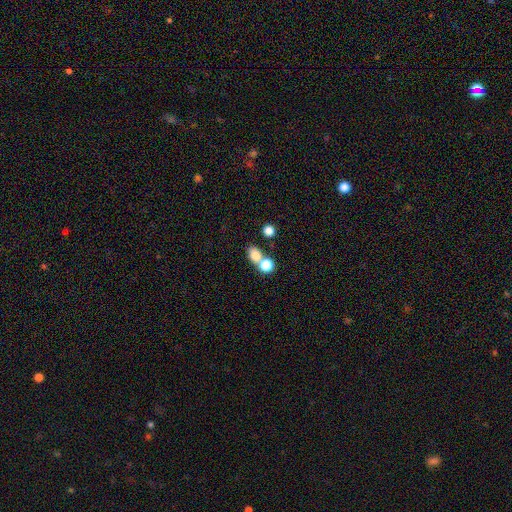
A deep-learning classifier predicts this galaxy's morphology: A smooth galaxy with no disk features (79%) that is round (49%, tied with in between).

Vote fractions:
- Smooth or featured? smooth: 79% / star or artifact: 12% / featured or disk: 10%
- How rounded? round: 49% (tied) / in between: 49% (tied) / cigar-shaped: 2%
- Merging? merger: 49% / none: 40% / minor disturbance: 7% / major disturbance: 4%